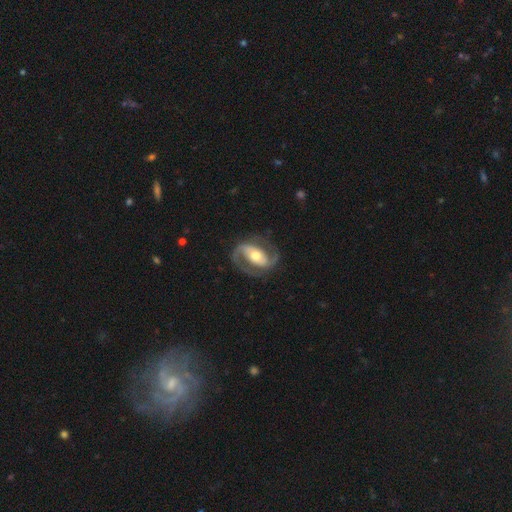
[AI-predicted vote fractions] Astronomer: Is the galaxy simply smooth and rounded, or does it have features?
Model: featured or disk — 89%.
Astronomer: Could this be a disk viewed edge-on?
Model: no — 97%.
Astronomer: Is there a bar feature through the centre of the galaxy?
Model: strong — 37% (runner-up: no, 32%).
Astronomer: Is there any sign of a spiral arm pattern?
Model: yes — 96%.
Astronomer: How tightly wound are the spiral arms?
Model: medium — 54%.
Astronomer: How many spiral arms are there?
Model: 2 — 91%.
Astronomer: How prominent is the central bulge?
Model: moderate — 68%.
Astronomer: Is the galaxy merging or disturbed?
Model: none — 78%.